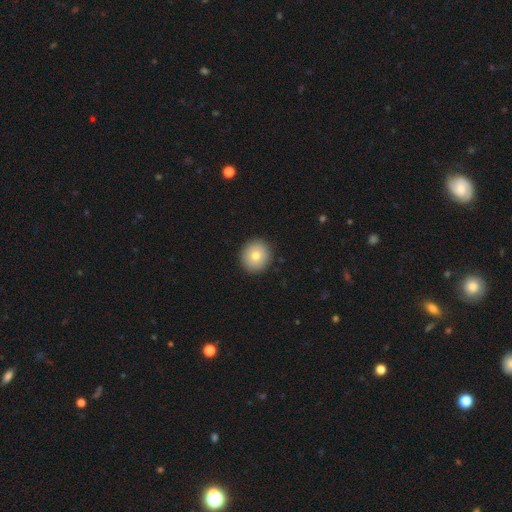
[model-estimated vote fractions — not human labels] This appears to be a smooth galaxy with no disk features (77%) that is round (91%). Merging: none (92%).